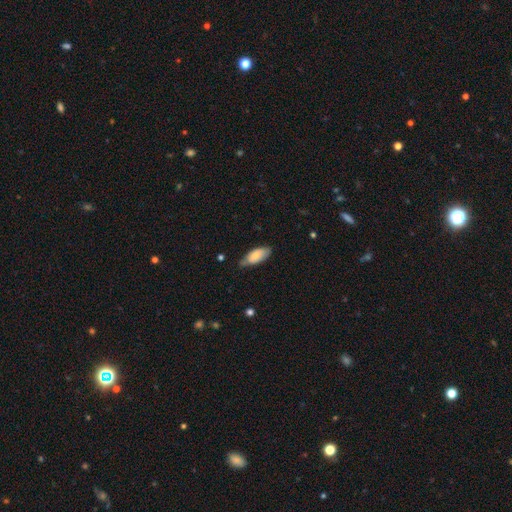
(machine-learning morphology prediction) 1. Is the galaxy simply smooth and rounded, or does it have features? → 76% smooth, 18% featured or disk, 6% star or artifact.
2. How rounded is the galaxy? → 87% in between, 11% cigar-shaped, 2% round.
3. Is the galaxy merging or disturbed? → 58% none, 34% minor disturbance, 6% major disturbance, 2% merger.